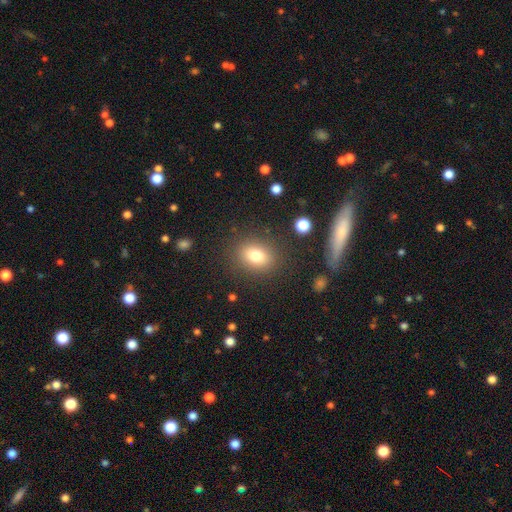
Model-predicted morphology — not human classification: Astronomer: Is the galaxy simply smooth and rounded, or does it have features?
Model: smooth — 78%.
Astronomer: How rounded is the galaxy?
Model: in between — 51% (runner-up: round, 48%).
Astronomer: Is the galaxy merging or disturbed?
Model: none — 84%.